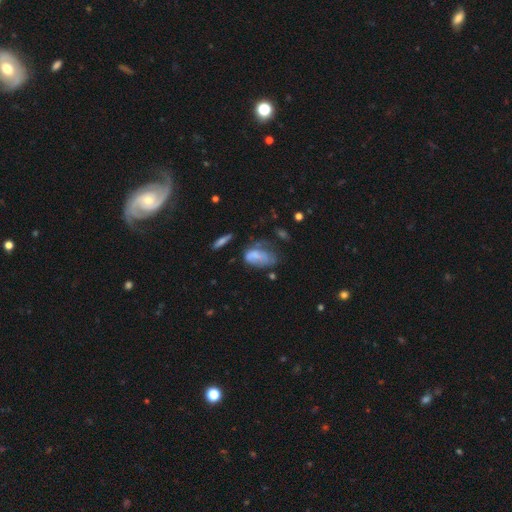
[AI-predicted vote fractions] This is possibly a smooth galaxy (59%). How rounded: clearly in between (87%). Merging: marginally major disturbance (36%).